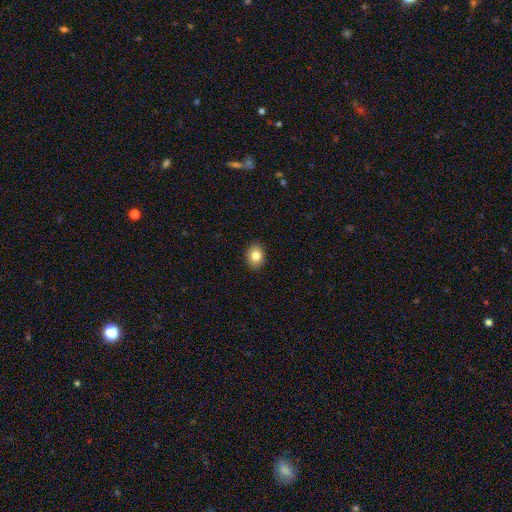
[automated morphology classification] Smooth or featured? smooth (83%)
How rounded? in between (57%)
Merging? none (90%)